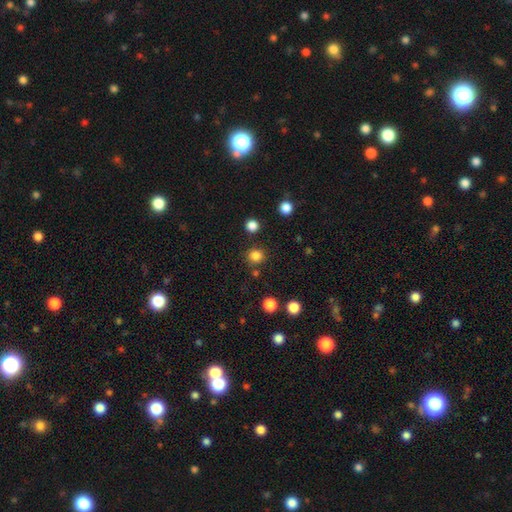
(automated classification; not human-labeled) Overall: smooth (83%). How rounded: round (91%). Merging: none (86%).